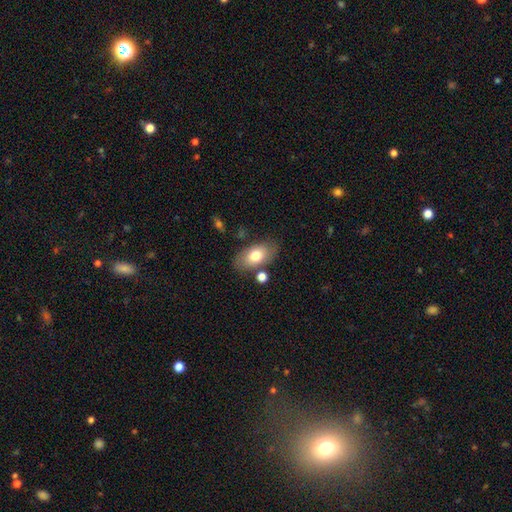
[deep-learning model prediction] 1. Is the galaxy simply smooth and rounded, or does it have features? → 75% smooth, 18% featured or disk, 7% star or artifact.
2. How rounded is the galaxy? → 92% in between, 6% round, 2% cigar-shaped.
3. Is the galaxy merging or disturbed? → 76% none, 14% minor disturbance, 7% merger, 4% major disturbance.